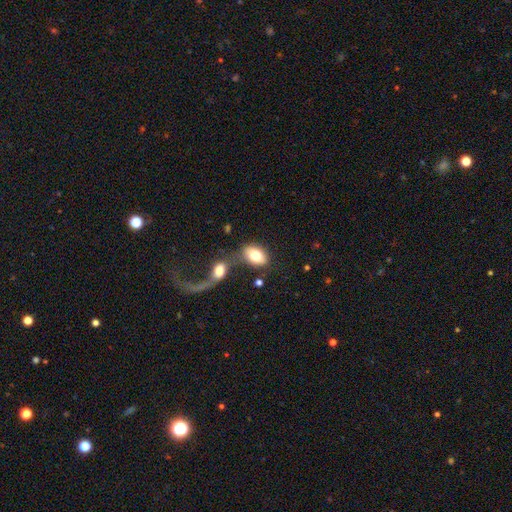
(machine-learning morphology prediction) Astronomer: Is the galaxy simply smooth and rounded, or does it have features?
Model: smooth — 78%.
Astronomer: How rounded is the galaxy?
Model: in between — 86%.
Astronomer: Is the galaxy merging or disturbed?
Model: merger — 42% (runner-up: none, 34%).